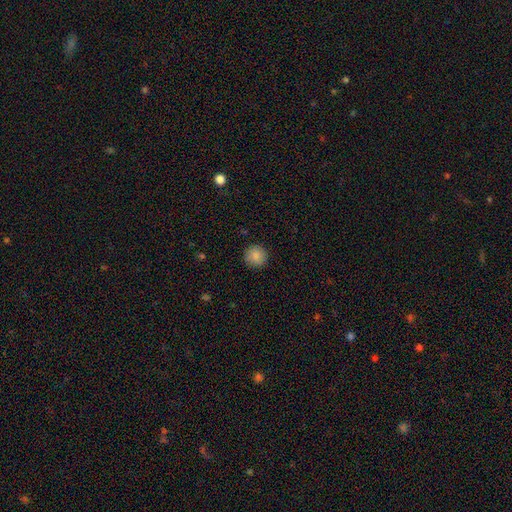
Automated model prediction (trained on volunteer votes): Smooth or featured? smooth (87%)
How rounded? round (94%)
Merging? none (91%)